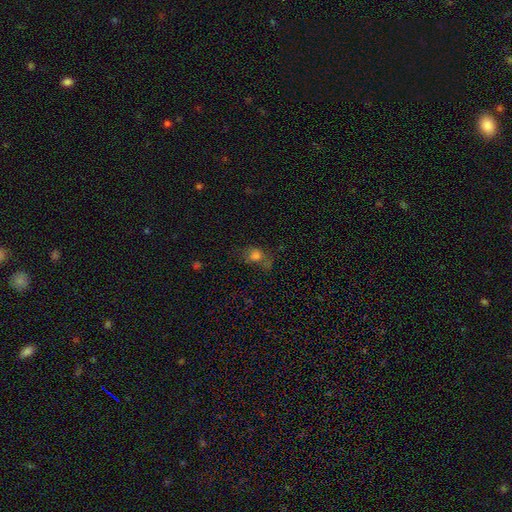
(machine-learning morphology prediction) This is likely a smooth galaxy (70%). How rounded: possibly in between (52%). Merging: marginally none (44%).